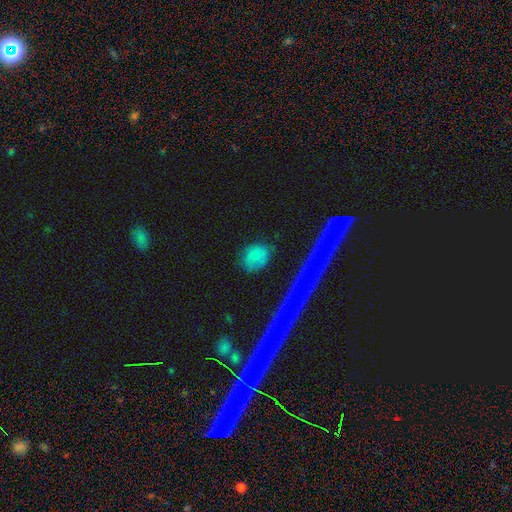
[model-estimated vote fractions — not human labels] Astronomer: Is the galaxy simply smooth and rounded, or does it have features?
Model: smooth — 76%.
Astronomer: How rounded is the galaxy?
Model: round — 71%.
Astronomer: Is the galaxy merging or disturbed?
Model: none — 75%.